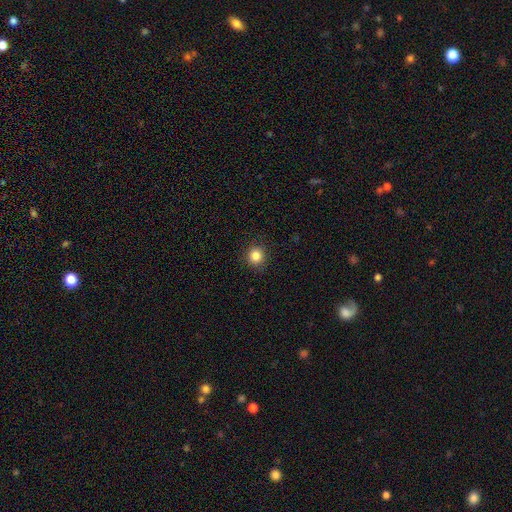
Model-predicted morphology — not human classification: smooth 84%, star or artifact 11%, featured or disk 5%. Down the decision tree: how rounded — round (90%); merging — none (91%).